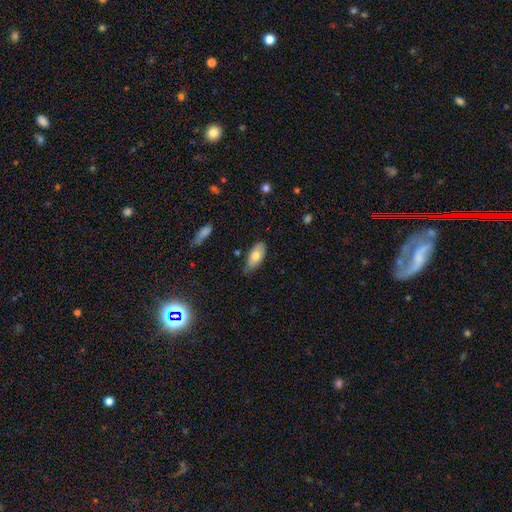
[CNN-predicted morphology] smooth_or_featured: smooth (p=0.74) [alt: featured or disk p=0.19]
how_rounded: in between (p=0.89) [alt: cigar-shaped p=0.08]
merging: none (p=0.69) [alt: minor disturbance p=0.26]